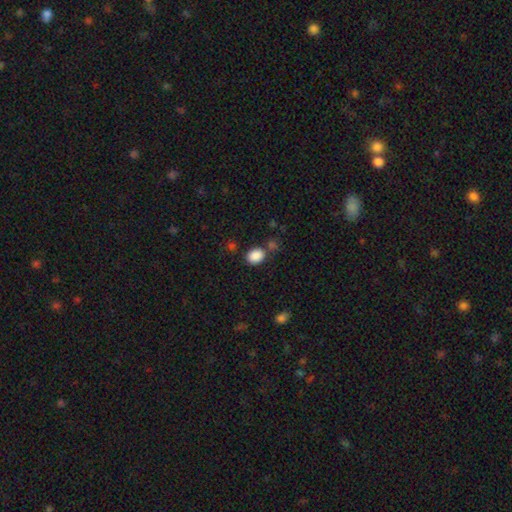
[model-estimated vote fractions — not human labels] A smooth galaxy with no disk features (87%) that is in between round and cigar-shaped (63%).

Vote fractions:
- Smooth or featured? smooth: 87% / star or artifact: 9% / featured or disk: 4%
- How rounded? in between: 63% / round: 36% / cigar-shaped: 1%
- Merging? none: 72% / minor disturbance: 13% / merger: 11% / major disturbance: 4%